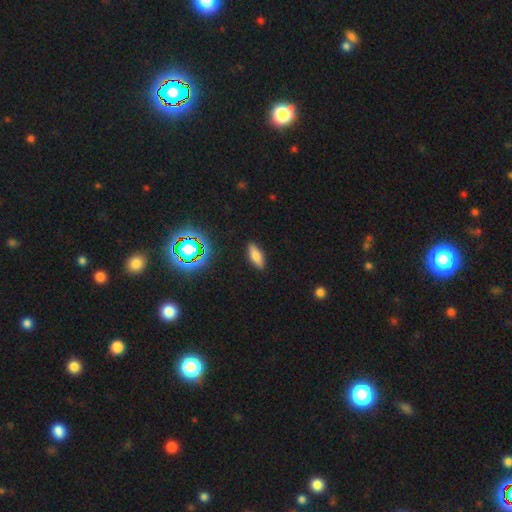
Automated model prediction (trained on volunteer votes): Smooth or featured? Predicted: smooth (p=0.71). How rounded? Predicted: in between (p=0.71). Merging? Predicted: none (p=0.88).